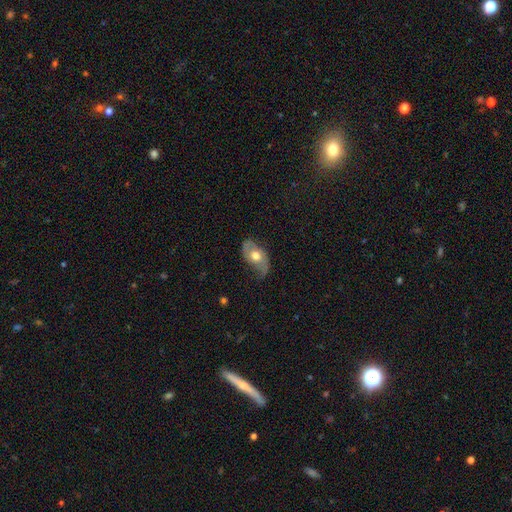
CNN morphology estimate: type=featured or disk (49%); merging=none (50%).